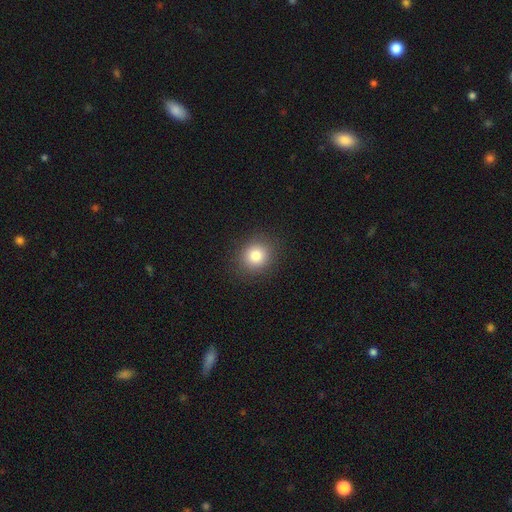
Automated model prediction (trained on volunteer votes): Smooth or featured? Predicted: smooth (p=0.82). How rounded? Predicted: round (p=0.80). Merging? Predicted: none (p=0.89).